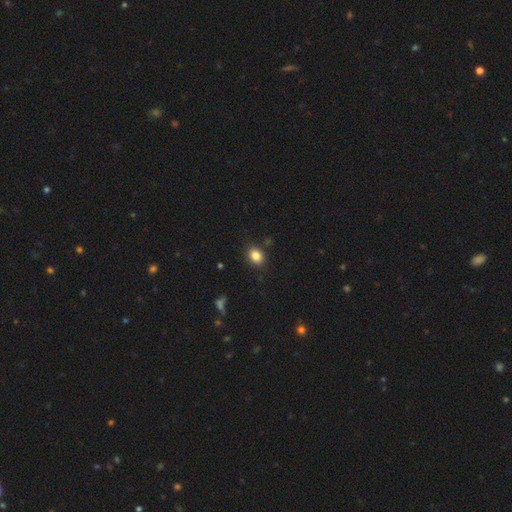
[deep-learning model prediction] A smooth galaxy with no disk features (85%) that is in between round and cigar-shaped (56%). Merging: none (86%).